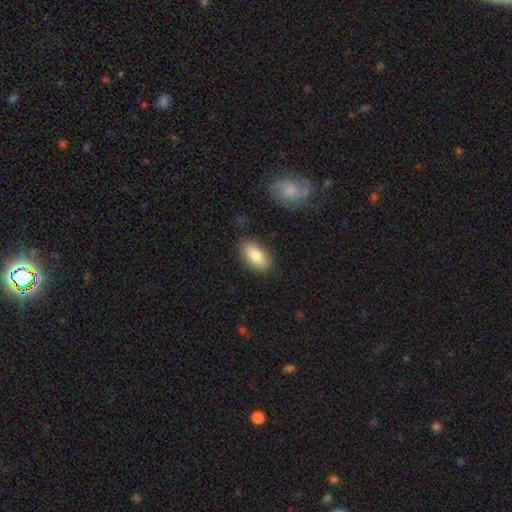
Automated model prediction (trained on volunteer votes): smooth-or-featured: smooth: 79% | featured or disk: 14% | star or artifact: 6%
  how-rounded: in between: 90% | cigar-shaped: 6% | round: 4%
  merging: none: 84% | minor disturbance: 11% | major disturbance: 3% | merger: 2%